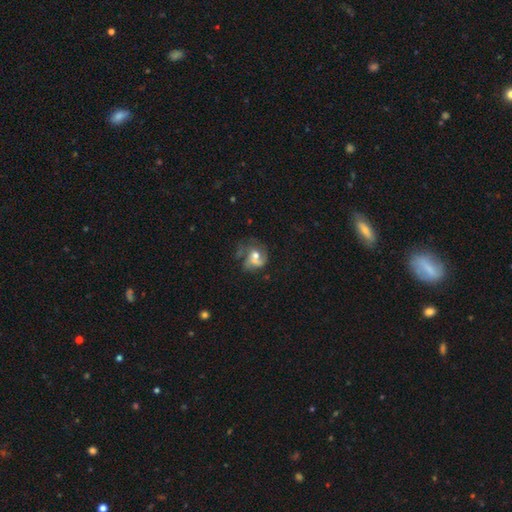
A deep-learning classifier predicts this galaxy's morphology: A featured or disk galaxy (61%) with no bar (69%), spiral arms (75%) and a moderate central bulge (63%). Merging: none (38%).